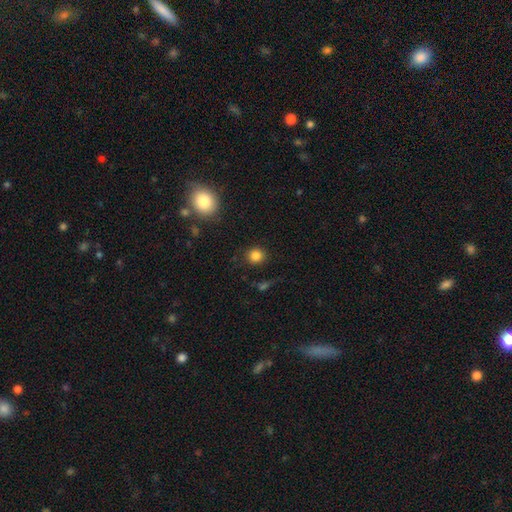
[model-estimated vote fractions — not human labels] This is clearly a smooth galaxy (83%). How rounded: clearly round (88%). Merging: clearly none (87%).